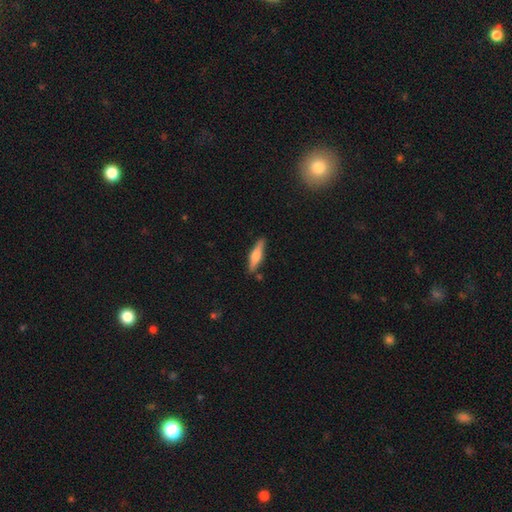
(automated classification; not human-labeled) Morphology: type=smooth (53%); roundness=cigar-shaped (73%); merging=none (84%).